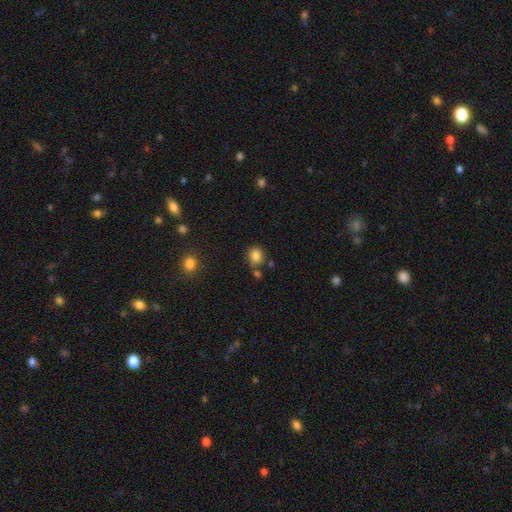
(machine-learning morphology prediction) Smooth or featured? smooth (83%)
How rounded? round (81%)
Merging? none (69%)